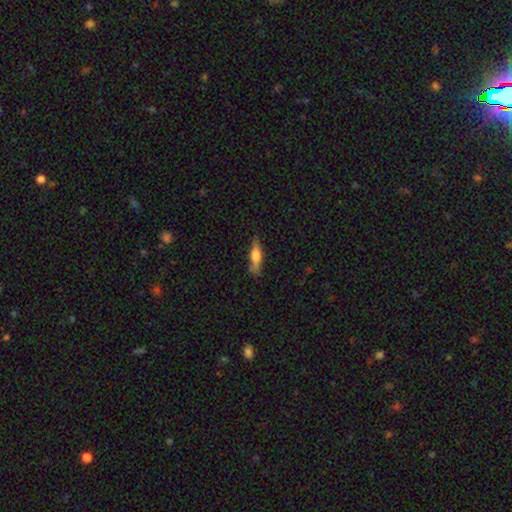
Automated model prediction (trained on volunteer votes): smooth 53%, featured or disk 40%, star or artifact 7%. Down the decision tree: how rounded — cigar-shaped (68%); merging — none (73%).